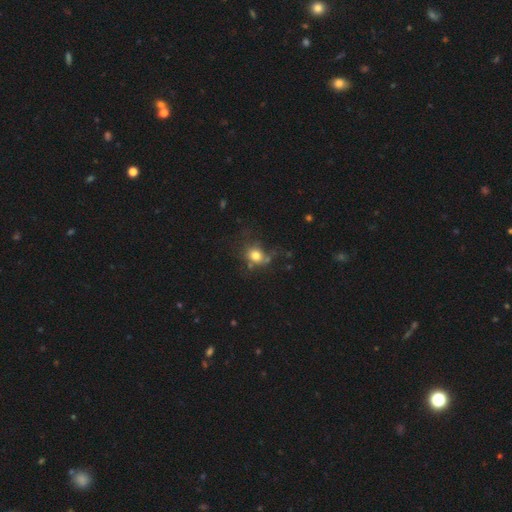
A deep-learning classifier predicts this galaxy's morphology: This appears to be a smooth galaxy with no disk features (75%) that is round (67%). Merging: none (56%).